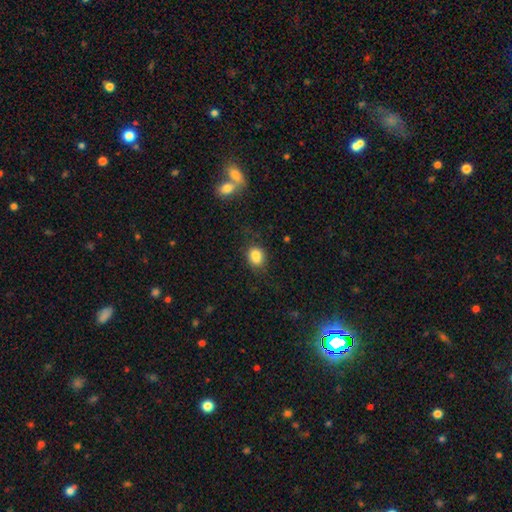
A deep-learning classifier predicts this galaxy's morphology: Q: Smooth or featured?
A: smooth (85%); runner-up: star or artifact (10%)
Q: How rounded?
A: round (53%); runner-up: in between (46%)
Q: Merging?
A: none (74%); runner-up: minor disturbance (18%)